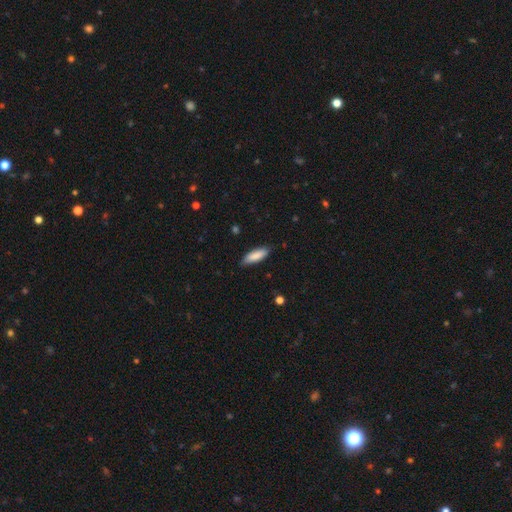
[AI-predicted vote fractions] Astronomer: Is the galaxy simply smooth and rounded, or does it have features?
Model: smooth — 86%.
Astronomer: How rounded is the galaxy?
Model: in between — 56% (runner-up: cigar-shaped, 43%).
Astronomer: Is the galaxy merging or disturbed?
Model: none — 84%.